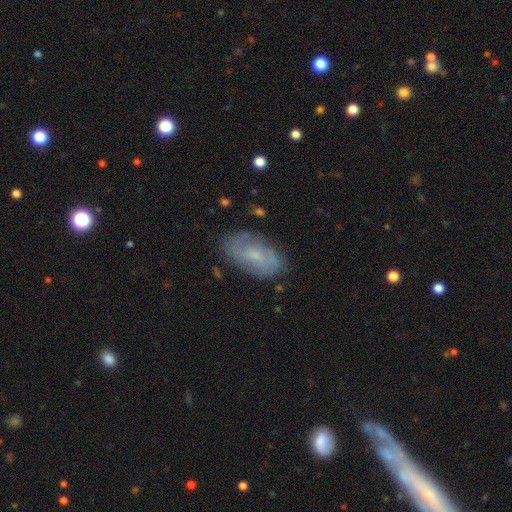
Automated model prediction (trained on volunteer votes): The model was most divided on "smooth or featured": featured or disk: 48%, smooth: 44%, star or artifact: 8%. More confident: merging — none (76%).